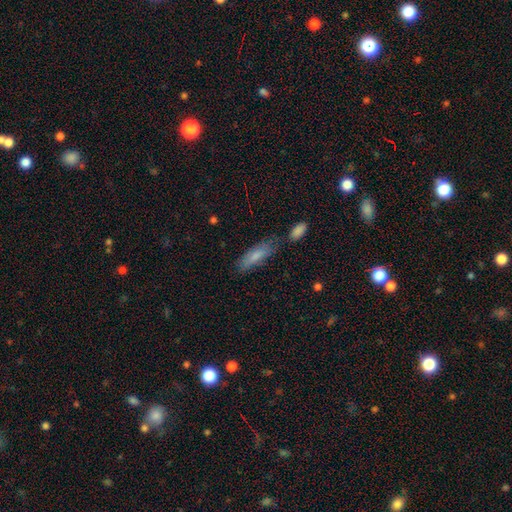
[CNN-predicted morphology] The model was most divided on "how rounded": in between: 53%, cigar-shaped: 45%, round: 2%. More confident: smooth or featured — smooth (75%); merging — none (60%).